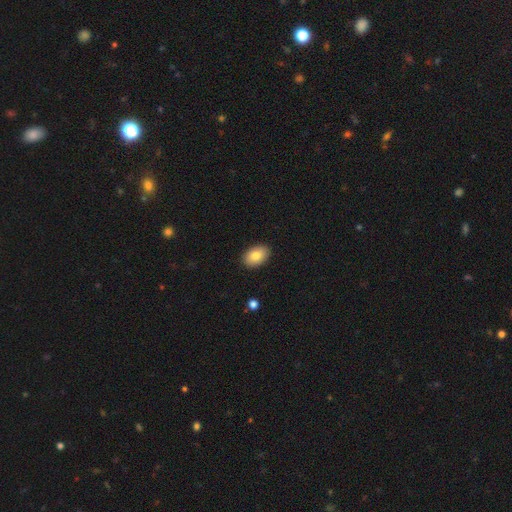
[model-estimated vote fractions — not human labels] Q: Smooth or featured?
A: smooth (84%); runner-up: featured or disk (9%)
Q: How rounded?
A: in between (89%); runner-up: round (9%)
Q: Merging?
A: none (90%); runner-up: minor disturbance (8%)